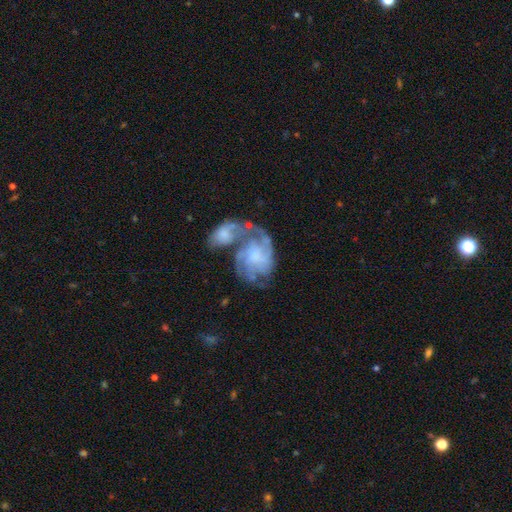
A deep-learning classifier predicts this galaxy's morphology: Smooth or featured? featured or disk (80%)
Edge-on disk? no (98%)
Bar? no (67%)
Spiral arms? yes (90%)
Spiral winding? tight (41%, tied with medium)
Spiral arm count? can't tell (30%, tied with 2)
Bulge size? none (33%)
Merging? merger (45%)